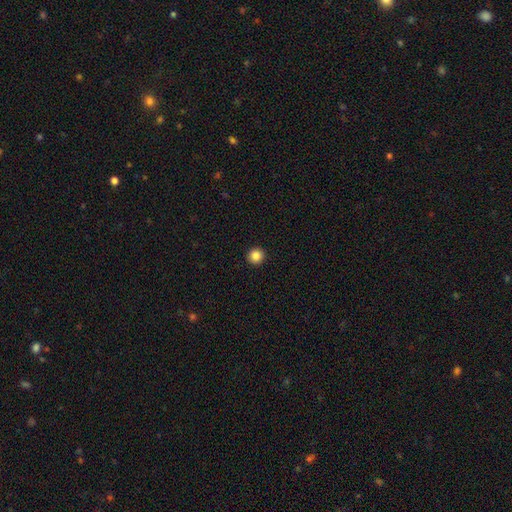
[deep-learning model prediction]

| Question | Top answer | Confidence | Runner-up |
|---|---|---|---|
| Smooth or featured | smooth | 86% | star or artifact (11%) |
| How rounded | round | 96% | in between (4%) |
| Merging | none | 94% | minor disturbance (4%) |